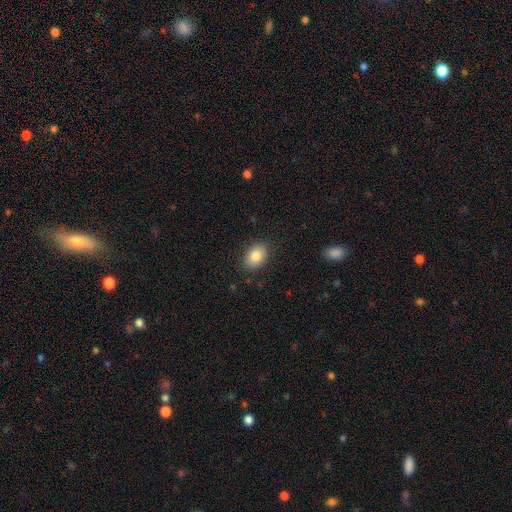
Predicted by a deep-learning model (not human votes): smooth 84%, featured or disk 8%, star or artifact 8%. Down the decision tree: how rounded — in between (81%); merging — none (87%).